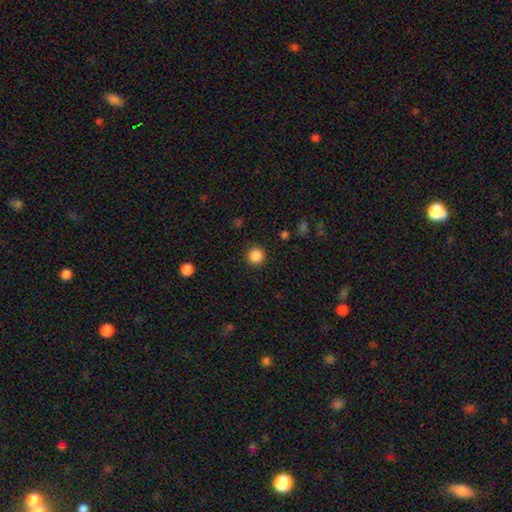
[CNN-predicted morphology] A smooth galaxy with no disk features (87%) that is round (94%).

Vote fractions:
- Smooth or featured? smooth: 87% / star or artifact: 11% / featured or disk: 3%
- How rounded? round: 94% / in between: 5% / cigar-shaped: 1%
- Merging? none: 91% / minor disturbance: 6% / major disturbance: 2% / merger: 1%